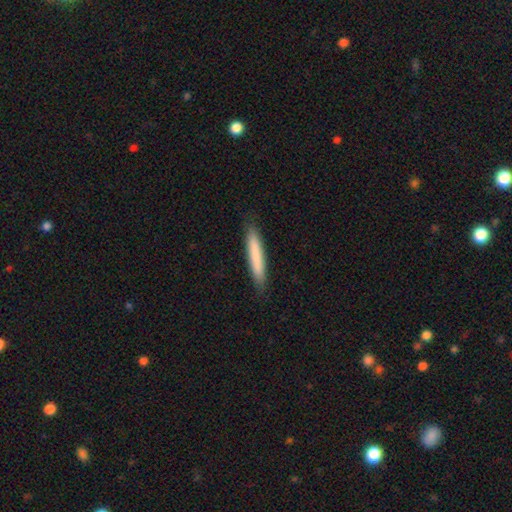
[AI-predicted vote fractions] smooth_or_featured: smooth (p=0.79) [alt: featured or disk p=0.16]
how_rounded: cigar-shaped (p=0.94) [alt: in between p=0.05]
merging: none (p=0.89) [alt: minor disturbance p=0.09]